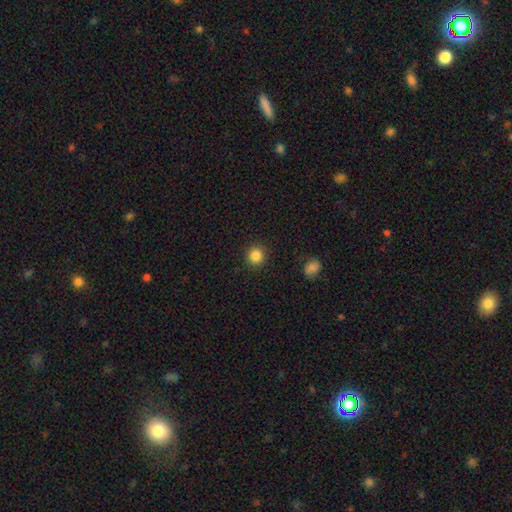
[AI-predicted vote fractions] Overall: smooth (86%). How rounded: round (92%). Merging: none (91%).